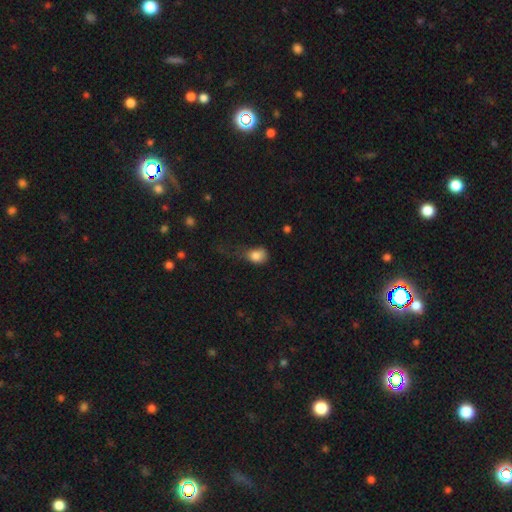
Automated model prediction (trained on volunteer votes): smooth_or_featured: smooth (p=0.82) [alt: star or artifact p=0.09]
how_rounded: in between (p=0.63) [alt: round p=0.35]
merging: major disturbance (p=0.38) [alt: minor disturbance p=0.34]